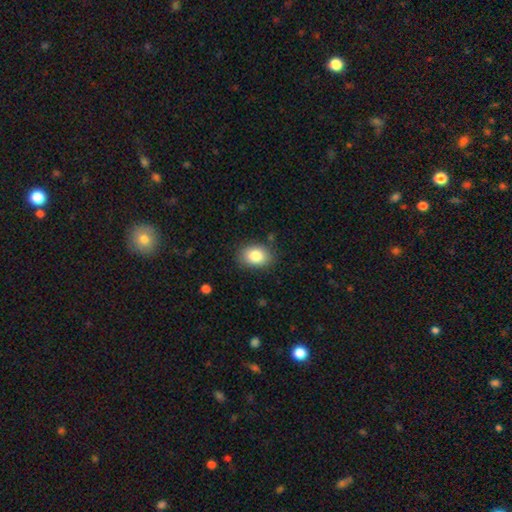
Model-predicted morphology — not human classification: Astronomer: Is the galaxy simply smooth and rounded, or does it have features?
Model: smooth — 85%.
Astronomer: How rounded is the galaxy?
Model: in between — 73%.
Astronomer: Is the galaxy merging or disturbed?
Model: none — 83%.